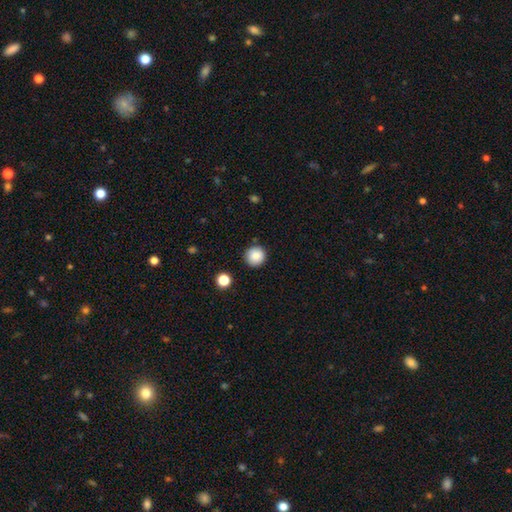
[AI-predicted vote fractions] This appears to be a smooth galaxy with no disk features (87%) that is round (95%). Merging: none (88%).